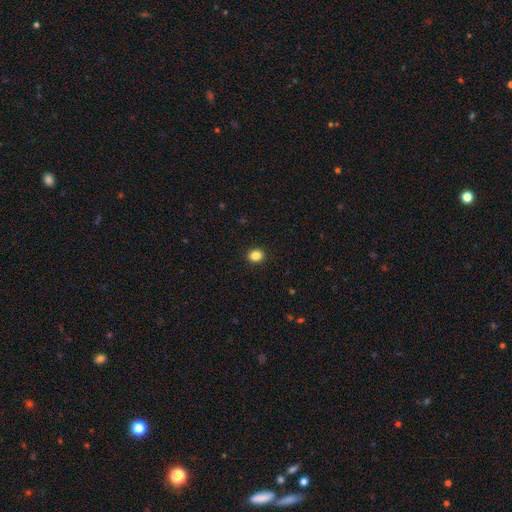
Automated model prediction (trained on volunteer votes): Smooth or featured: smooth — 86% (star or artifact — 10%)
How rounded: round — 65% (in between — 34%)
Merging: none — 92% (minor disturbance — 5%)